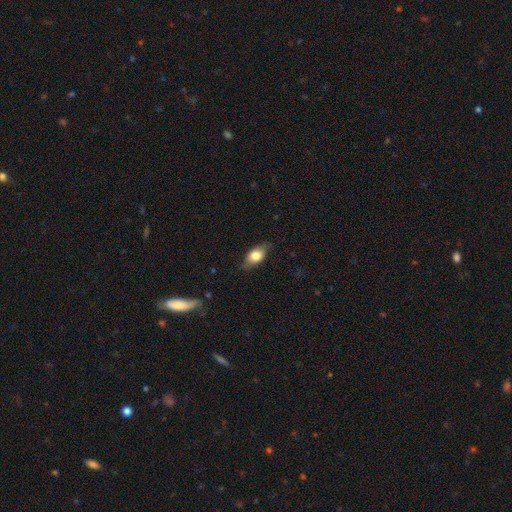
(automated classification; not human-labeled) Smooth or featured?
  - smooth: 68% *
  - featured or disk: 25%
  - star or artifact: 7%
How rounded?
  - in between: 81% *
  - round: 11%
  - cigar-shaped: 8%
Merging?
  - none: 78% *
  - minor disturbance: 17%
  - major disturbance: 4%
  - merger: 1%